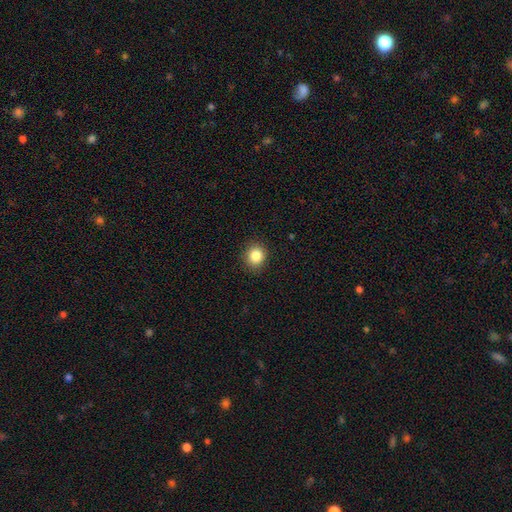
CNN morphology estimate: Smooth or featured: smooth — 85% (star or artifact — 10%)
How rounded: round — 82% (in between — 18%)
Merging: none — 89% (minor disturbance — 8%)